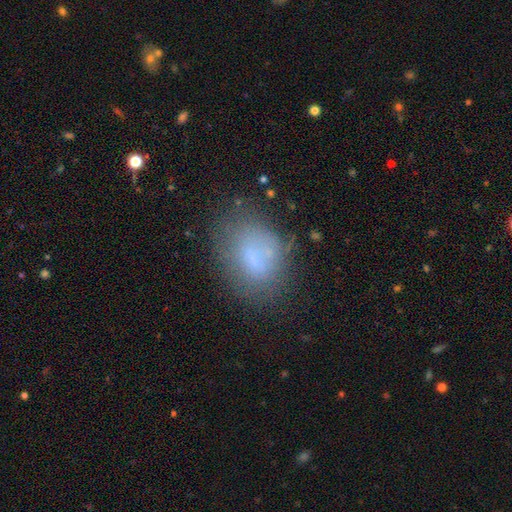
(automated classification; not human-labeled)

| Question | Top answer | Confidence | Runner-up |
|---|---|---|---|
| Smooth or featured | smooth | 66% | featured or disk (21%) |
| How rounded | in between | 71% | round (27%) |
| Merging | none | 54% | minor disturbance (25%) |